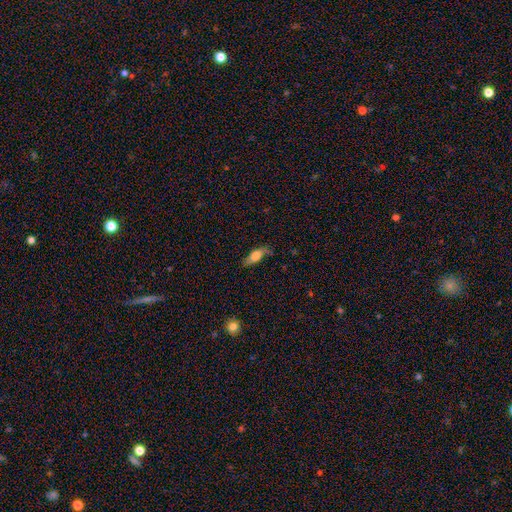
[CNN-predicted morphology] A smooth galaxy with no disk features (67%) that is in between round and cigar-shaped (69%).

Vote fractions:
- Smooth or featured? smooth: 67% / featured or disk: 25% / star or artifact: 7%
- How rounded? in between: 69% / cigar-shaped: 27% / round: 3%
- Merging? none: 66% / minor disturbance: 26% / major disturbance: 7% / merger: 2%